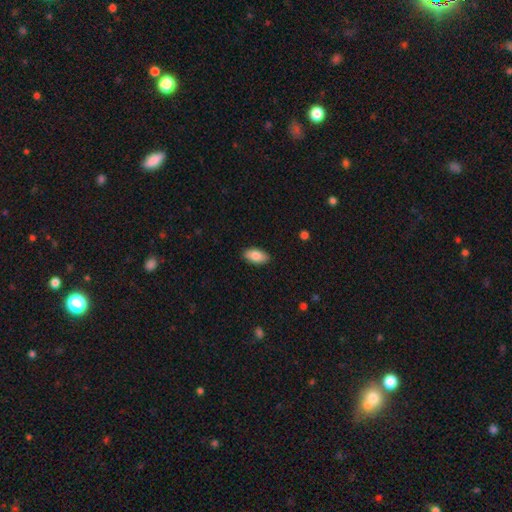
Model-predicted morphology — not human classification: This appears to be a smooth galaxy with no disk features (85%) that is in between round and cigar-shaped (93%). Merging: none (88%).